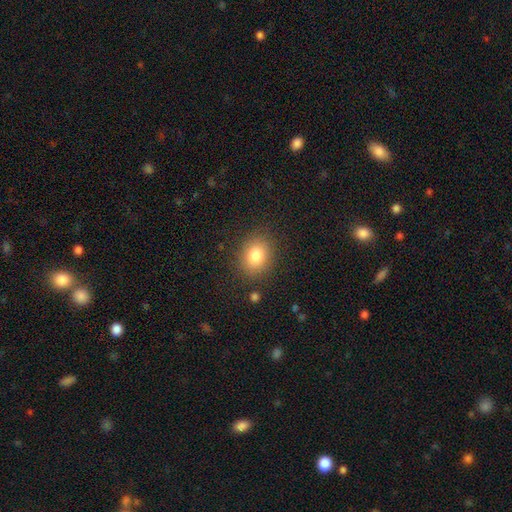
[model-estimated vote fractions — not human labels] smooth 82%, star or artifact 10%, featured or disk 8%. Down the decision tree: how rounded — round (52%); merging — none (85%).